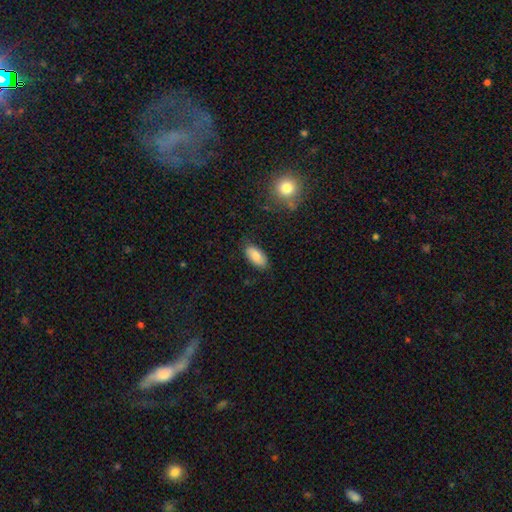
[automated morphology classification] type=smooth (84%); roundness=in between (92%); merging=none (81%).